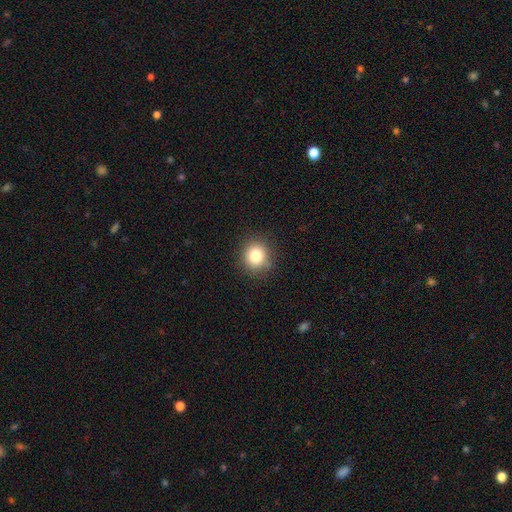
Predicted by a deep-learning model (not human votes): smooth_or_featured: smooth (p=0.82) [alt: star or artifact p=0.11]
how_rounded: round (p=0.87) [alt: in between p=0.12]
merging: none (p=0.88) [alt: minor disturbance p=0.09]